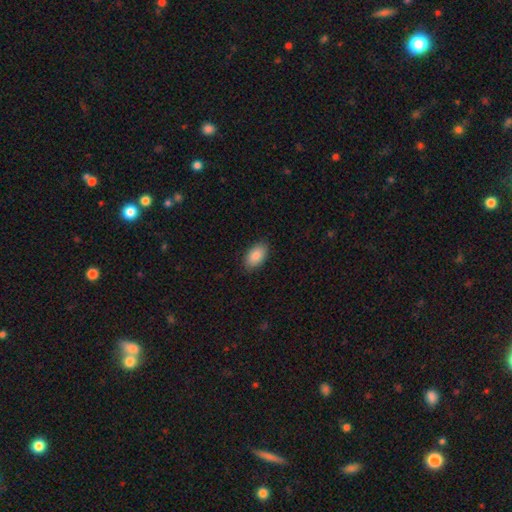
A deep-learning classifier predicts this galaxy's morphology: A smooth galaxy with no disk features (87%) that is in between round and cigar-shaped (94%).

Vote fractions:
- Smooth or featured? smooth: 87% / star or artifact: 6% / featured or disk: 6%
- How rounded? in between: 94% / round: 4% / cigar-shaped: 2%
- Merging? none: 87% / minor disturbance: 10% / major disturbance: 2% / merger: 1%